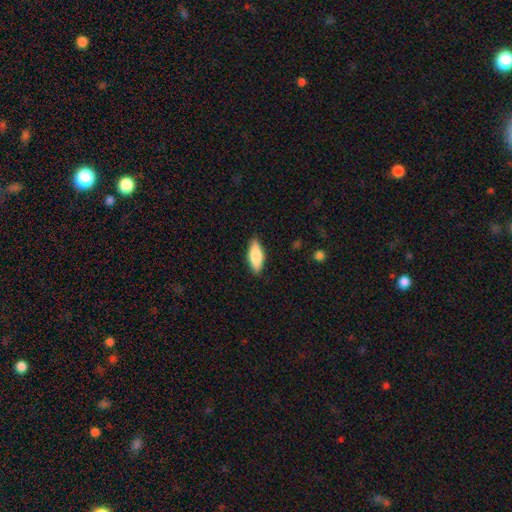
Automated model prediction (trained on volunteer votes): Smooth or featured: smooth — 76% (featured or disk — 19%)
How rounded: in between — 68% (cigar-shaped — 30%)
Merging: none — 88% (minor disturbance — 9%)